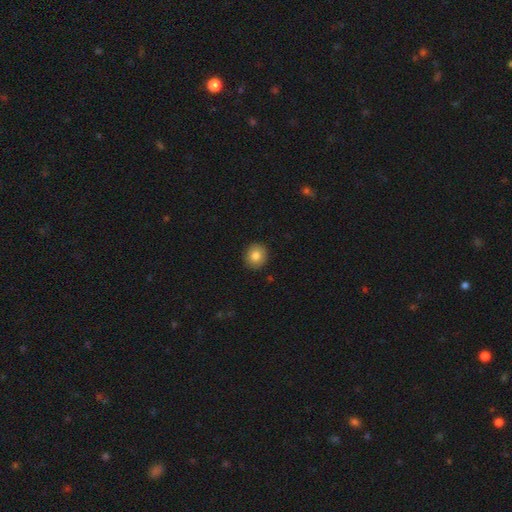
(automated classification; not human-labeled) The model was most divided on "how rounded": round: 86%, in between: 13%, cigar-shaped: 1%. More confident: merging — none (92%); smooth or featured — smooth (83%).